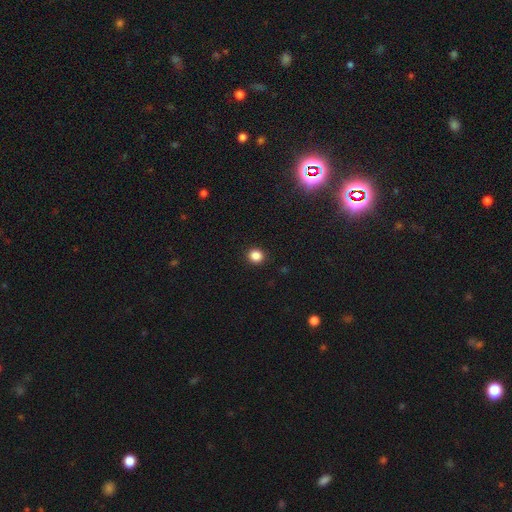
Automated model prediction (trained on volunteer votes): Smooth or featured? smooth (86%)
How rounded? round (88%)
Merging? none (92%)